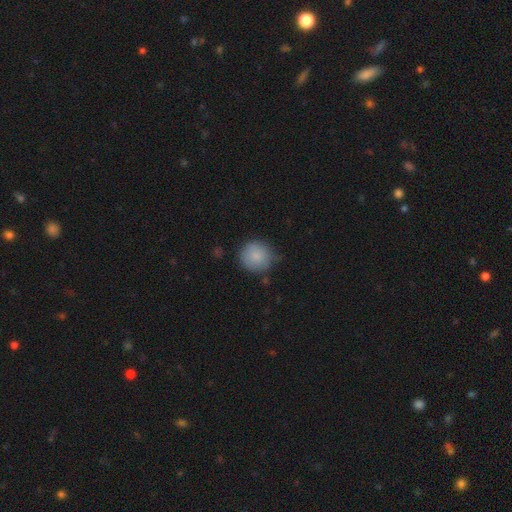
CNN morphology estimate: This appears to be a smooth galaxy with no disk features (86%) that is round (93%). Merging: none (69%).